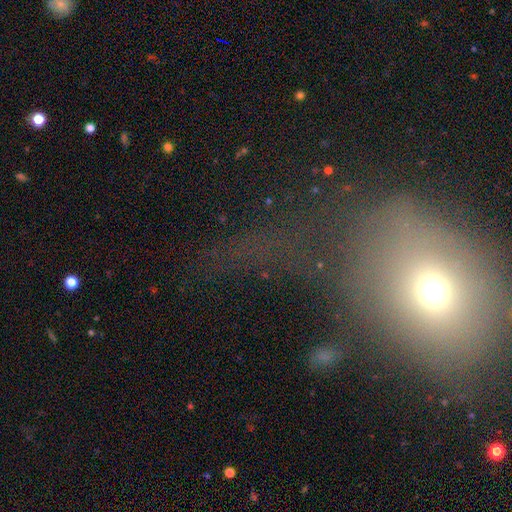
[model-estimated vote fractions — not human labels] Smooth or featured? Predicted: smooth (p=0.49). Merging? Predicted: major disturbance (p=0.40).